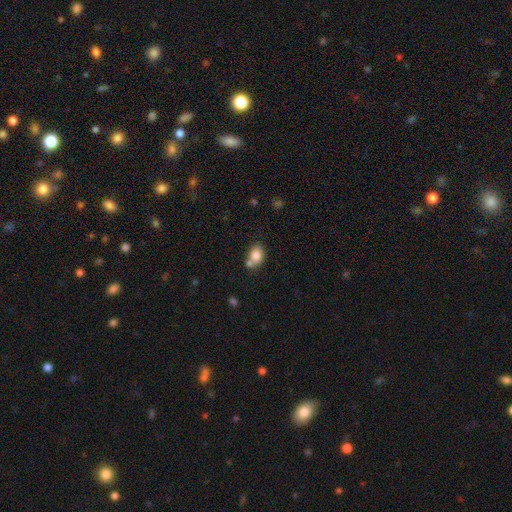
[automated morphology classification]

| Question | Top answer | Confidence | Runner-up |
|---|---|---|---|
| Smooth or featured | smooth | 82% | featured or disk (10%) |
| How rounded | in between | 69% | round (30%) |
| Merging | none | 46% | merger (34%) |